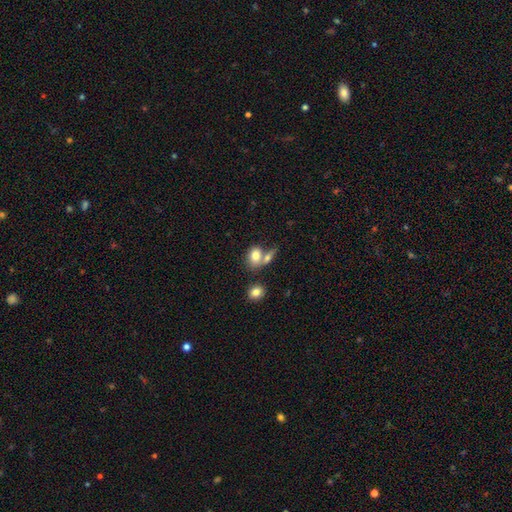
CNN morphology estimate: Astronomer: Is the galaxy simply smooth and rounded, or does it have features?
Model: smooth — 79%.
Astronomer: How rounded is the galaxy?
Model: in between — 67%.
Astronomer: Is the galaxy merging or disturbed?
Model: merger — 45% (runner-up: none, 38%).